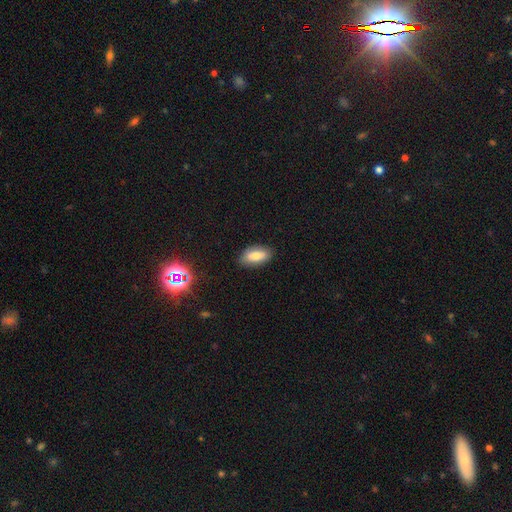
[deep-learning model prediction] Overall: smooth (77%). How rounded: in between (89%). Merging: none (84%).